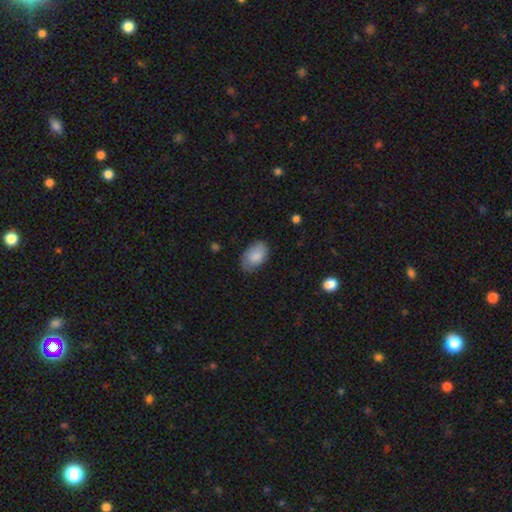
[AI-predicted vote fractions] smooth_or_featured: smooth (p=0.85) [alt: featured or disk p=0.09]
how_rounded: in between (p=0.93) [alt: round p=0.06]
merging: none (p=0.77) [alt: minor disturbance p=0.19]